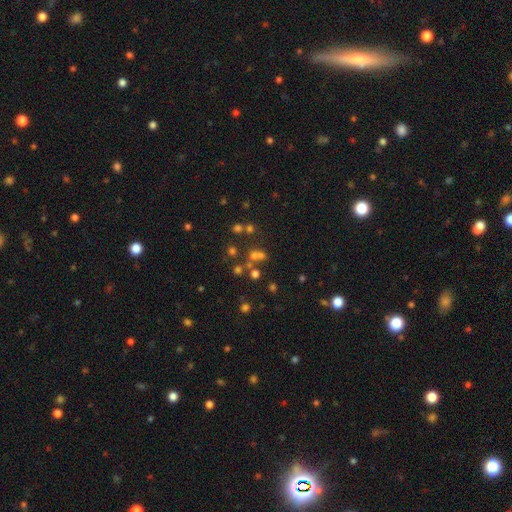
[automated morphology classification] The model was most divided on "smooth or featured": star or artifact: 44%, smooth: 40%, featured or disk: 16%.